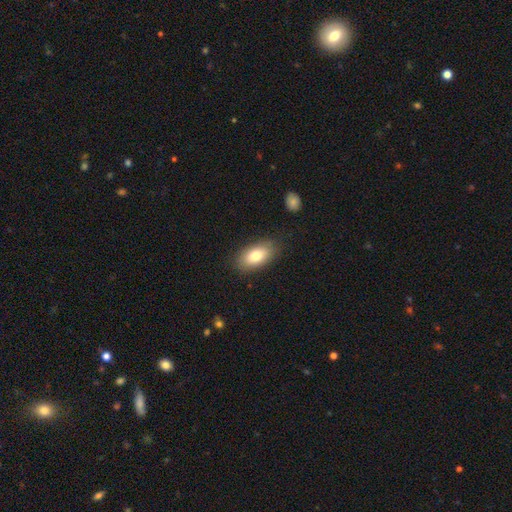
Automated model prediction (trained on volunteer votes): Overall: smooth (78%). How rounded: in between (91%). Merging: none (85%).